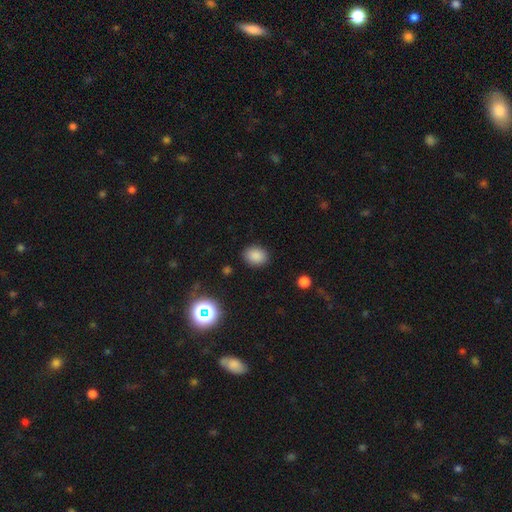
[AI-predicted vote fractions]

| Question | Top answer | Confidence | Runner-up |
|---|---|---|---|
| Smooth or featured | smooth | 84% | star or artifact (12%) |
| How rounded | in between | 60% | round (39%) |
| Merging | none | 86% | minor disturbance (10%) |